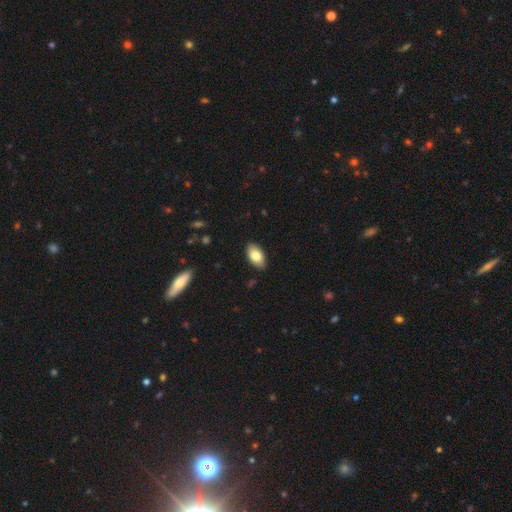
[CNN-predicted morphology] smooth 80%, featured or disk 13%, star or artifact 7%. Down the decision tree: how rounded — in between (94%); merging — none (88%).